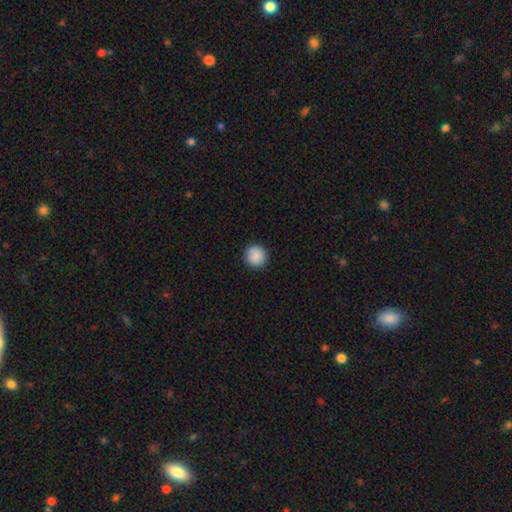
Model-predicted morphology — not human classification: This appears to be a smooth galaxy with no disk features (89%) that is round (94%). Merging: none (90%).